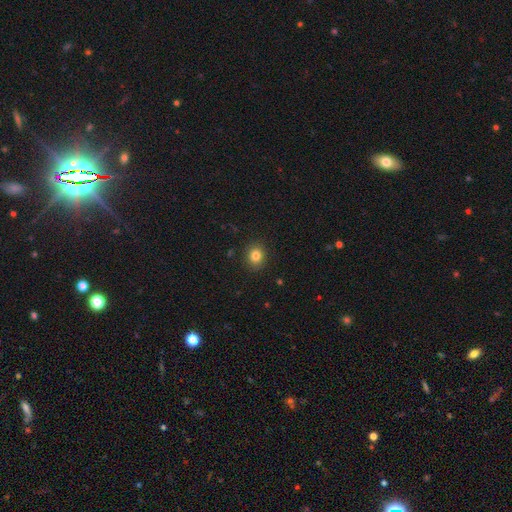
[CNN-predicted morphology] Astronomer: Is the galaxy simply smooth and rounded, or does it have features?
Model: smooth — 83%.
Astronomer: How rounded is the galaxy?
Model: round — 73%.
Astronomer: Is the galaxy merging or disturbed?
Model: none — 90%.